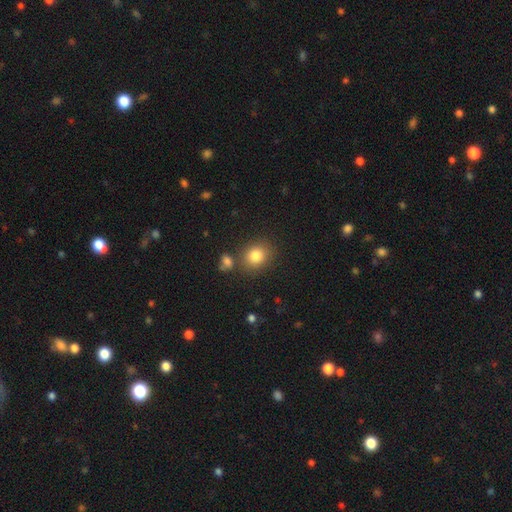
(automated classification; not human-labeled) Morphology: type=smooth (83%); roundness=round (71%); merging=none (78%).